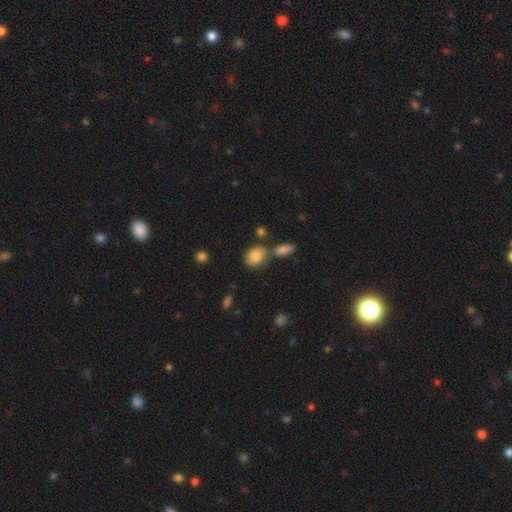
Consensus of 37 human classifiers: Q: Smooth or featured?
A: smooth (92%); runner-up: featured or disk (5%)
Q: How rounded?
A: in between (79%); runner-up: round (21%)
Q: Merging?
A: none (56%); runner-up: merger (22%)